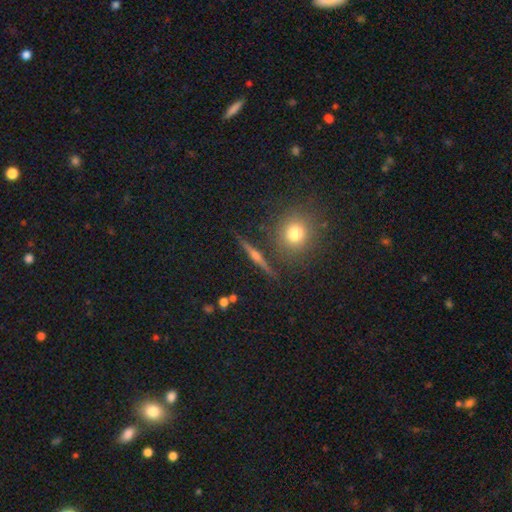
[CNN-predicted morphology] type=featured or disk (70%); edge-on=yes (96%); edge-on bulge=rounded (84%); merging=none (89%).